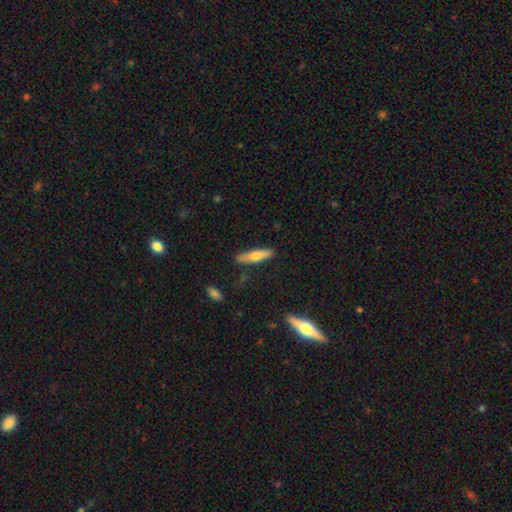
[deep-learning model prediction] A smooth galaxy with no disk features (61%) that is cigar-shaped (78%).

Vote fractions:
- Smooth or featured? smooth: 61% / featured or disk: 33% / star or artifact: 6%
- How rounded? cigar-shaped: 78% / in between: 20% / round: 2%
- Merging? none: 85% / minor disturbance: 10% / major disturbance: 2% / merger: 2%